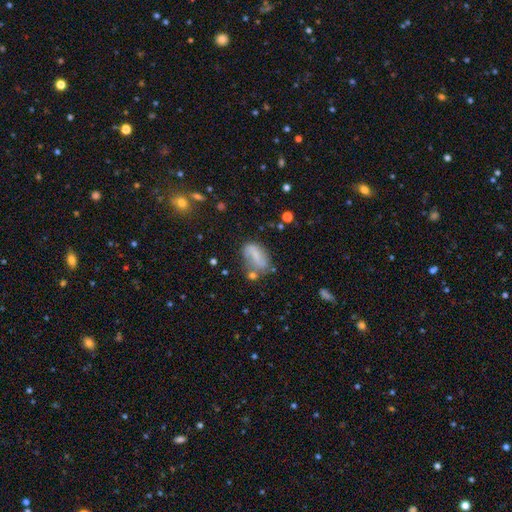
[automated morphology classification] smooth-or-featured: smooth: 53% | featured or disk: 37% | star or artifact: 10%
  how-rounded: in between: 85% | round: 8% | cigar-shaped: 7%
  merging: none: 48% | minor disturbance: 26% | major disturbance: 14% | merger: 12%